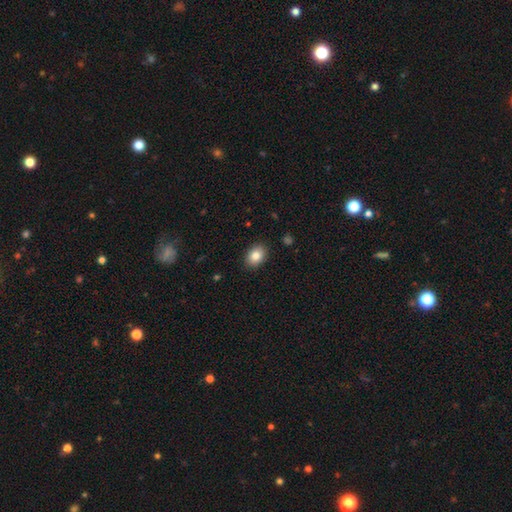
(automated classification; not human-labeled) smooth 84%, star or artifact 8%, featured or disk 8%. Down the decision tree: how rounded — in between (73%); merging — none (89%).